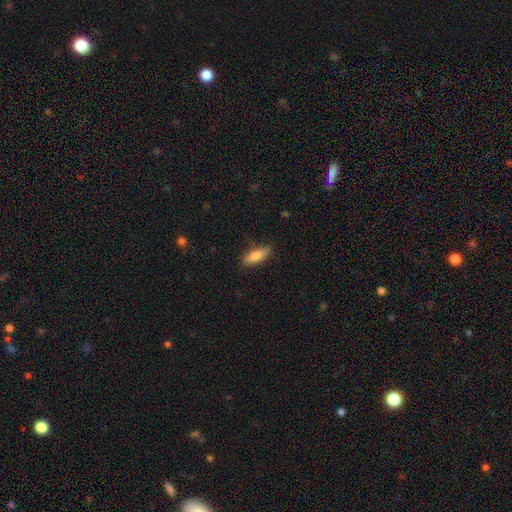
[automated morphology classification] smooth 84%, featured or disk 10%, star or artifact 6%. Down the decision tree: how rounded — in between (60%); merging — none (82%).